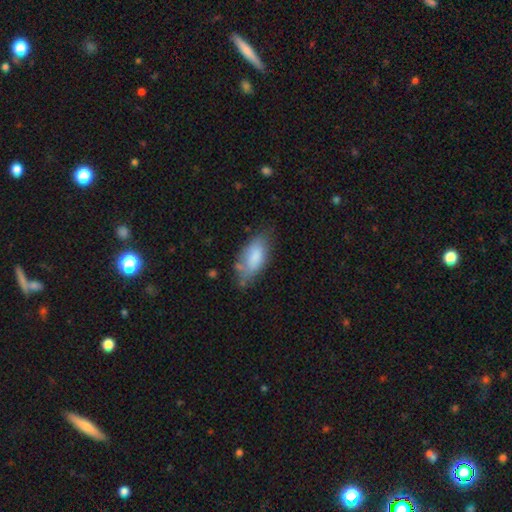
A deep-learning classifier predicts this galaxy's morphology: smooth 78%, featured or disk 16%, star or artifact 7%. Down the decision tree: how rounded — in between (88%); merging — none (55%).